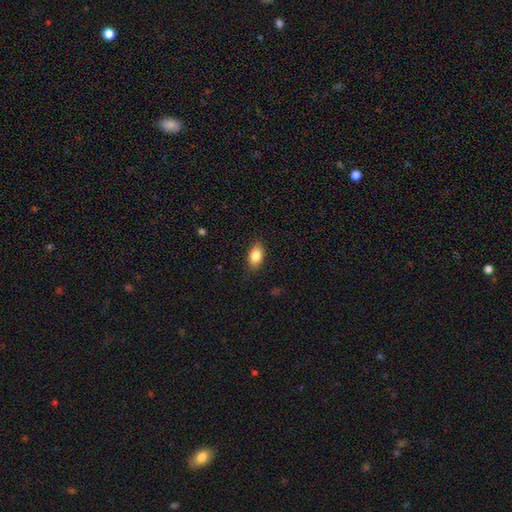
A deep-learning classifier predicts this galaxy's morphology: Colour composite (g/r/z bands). It shows a smooth galaxy with no disk features (83%) that is in between round and cigar-shaped (88%). Merging: none (85%).